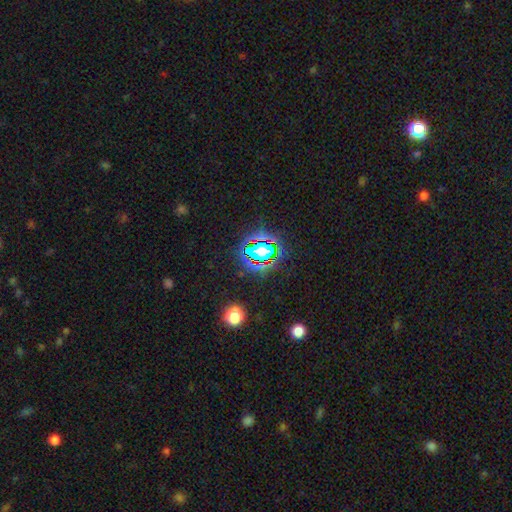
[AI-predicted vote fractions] Smooth or featured? Predicted: star or artifact (p=0.70).